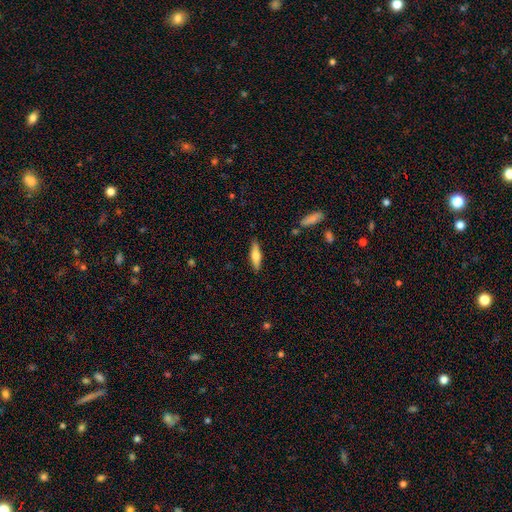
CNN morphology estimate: smooth-or-featured: smooth: 62% | featured or disk: 32% | star or artifact: 6%
  how-rounded: cigar-shaped: 62% | in between: 36% | round: 2%
  merging: none: 87% | minor disturbance: 10% | major disturbance: 2% | merger: 2%